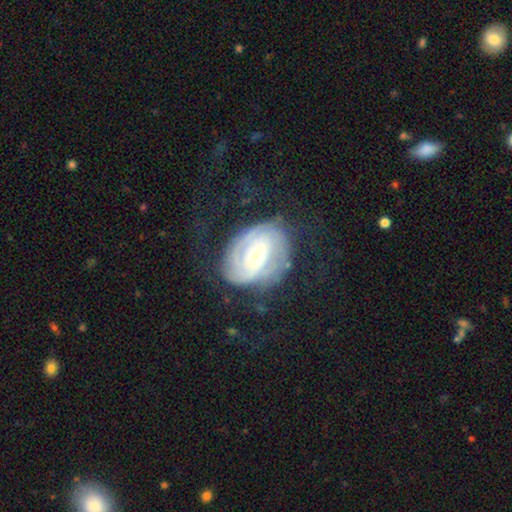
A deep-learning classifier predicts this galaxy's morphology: Overall: featured or disk (80%). Edge-on disk: no (96%). Bar: no (42%, tied with weak). Spiral arms: yes (90%). Spiral arm count: 2 (41%; can't tell 36%). Spiral winding: tight (66%). Bulge size: moderate (57%; small 38%). Merging: none (66%).